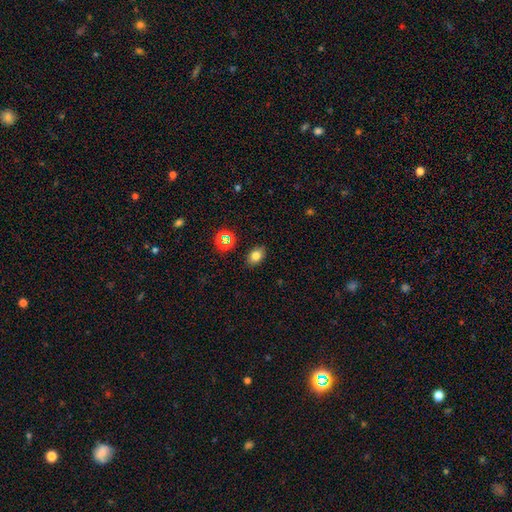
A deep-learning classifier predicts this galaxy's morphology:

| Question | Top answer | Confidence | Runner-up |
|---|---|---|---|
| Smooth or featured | smooth | 77% | star or artifact (14%) |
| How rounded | in between | 79% | round (20%) |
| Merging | none | 87% | minor disturbance (9%) |